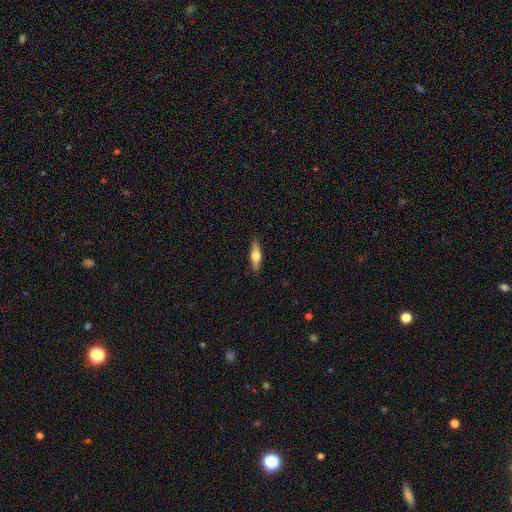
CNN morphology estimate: Smooth or featured: smooth — 54% (featured or disk — 40%)
How rounded: cigar-shaped — 59% (in between — 38%)
Merging: none — 89% (minor disturbance — 8%)